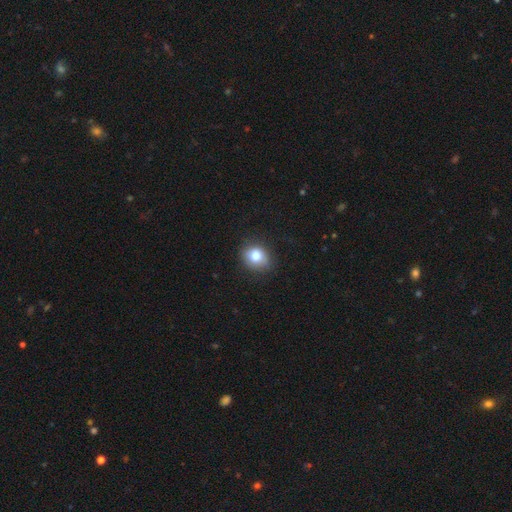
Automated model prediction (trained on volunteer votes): smooth-or-featured: smooth: 82% | star or artifact: 10% | featured or disk: 9%
  how-rounded: round: 64% | in between: 35% | cigar-shaped: 1%
  merging: none: 81% | minor disturbance: 15% | major disturbance: 3% | merger: 1%